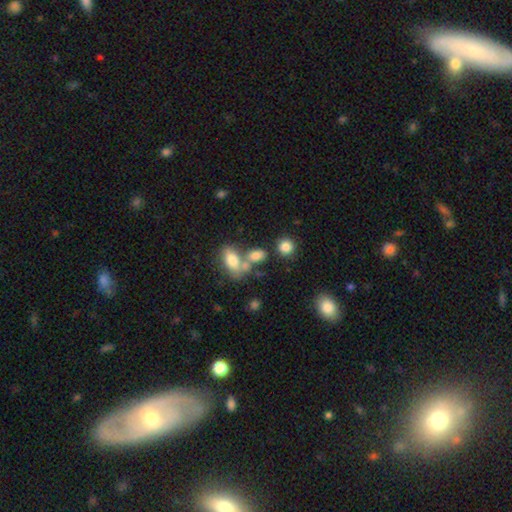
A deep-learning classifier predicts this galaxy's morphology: Smooth or featured? Predicted: smooth (p=0.76). How rounded? Predicted: in between (p=0.77). Merging? Predicted: merger (p=0.43).